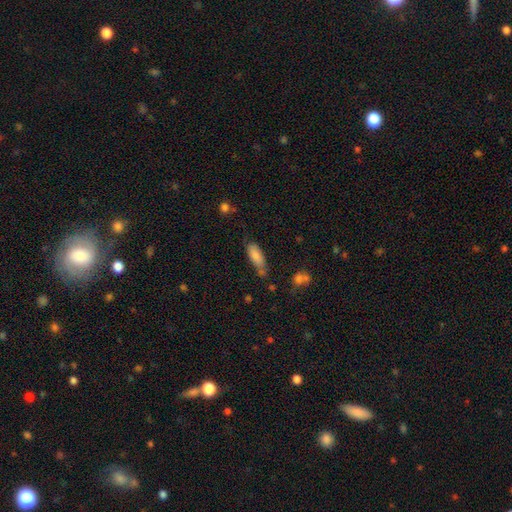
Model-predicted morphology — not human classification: Smooth or featured? smooth (81%)
How rounded? in between (68%)
Merging? none (52%)